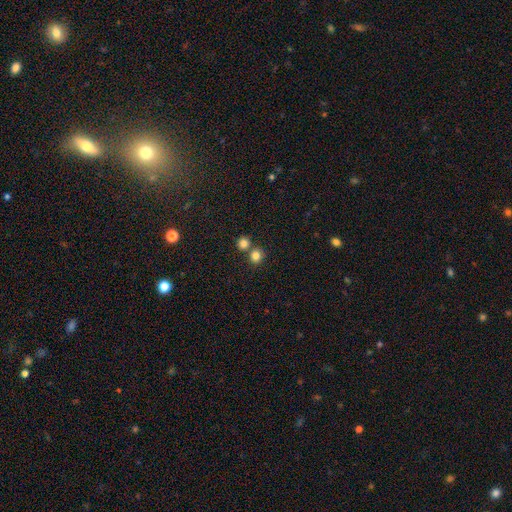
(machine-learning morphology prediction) Overall: smooth (82%). How rounded: round (87%). Merging: none (64%; merger 27%).